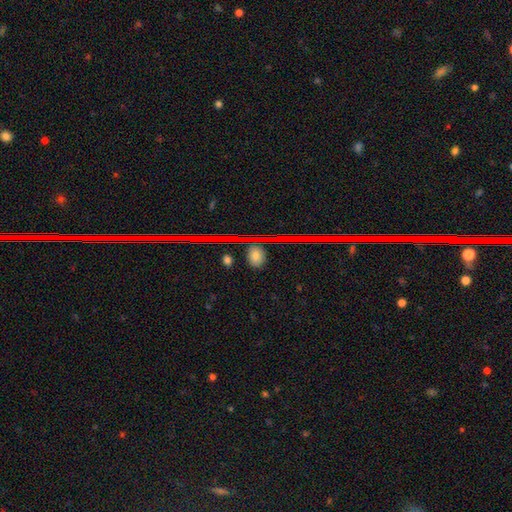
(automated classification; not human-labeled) A smooth galaxy with no disk features (71%) that is round (52%). Merging: none (83%).